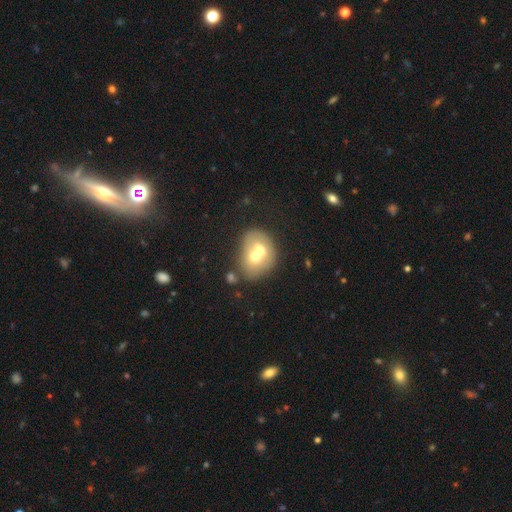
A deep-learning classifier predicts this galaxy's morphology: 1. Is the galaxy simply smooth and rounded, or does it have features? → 57% smooth, 34% featured or disk, 8% star or artifact.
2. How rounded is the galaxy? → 50% round, 49% in between, 1% cigar-shaped.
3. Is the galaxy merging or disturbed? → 64% merger, 24% none, 8% minor disturbance, 4% major disturbance.